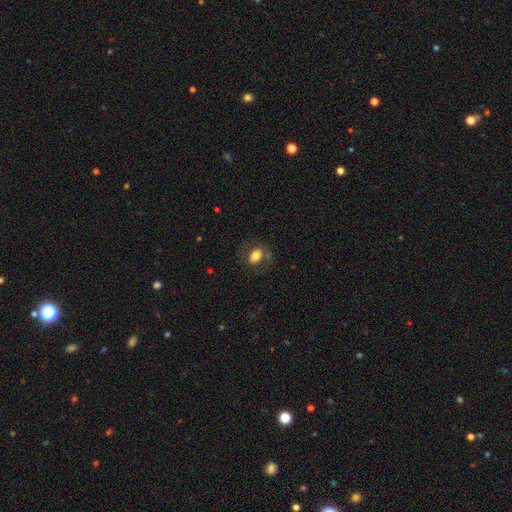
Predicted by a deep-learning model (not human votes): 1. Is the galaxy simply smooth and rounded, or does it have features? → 72% smooth, 19% featured or disk, 9% star or artifact.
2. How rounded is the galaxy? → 72% in between, 27% round, 1% cigar-shaped.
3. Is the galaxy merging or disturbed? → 69% none, 17% minor disturbance, 11% major disturbance, 4% merger.